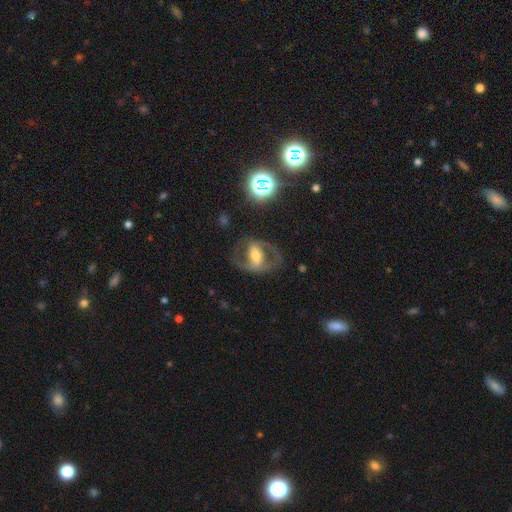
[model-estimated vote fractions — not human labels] Q: Smooth or featured?
A: featured or disk (74%); runner-up: smooth (18%)
Q: Edge-on disk?
A: no (94%); runner-up: yes (6%)
Q: Bar?
A: strong (45%); runner-up: weak (32%)
Q: Spiral arms?
A: yes (75%); runner-up: no (25%)
Q: Spiral winding?
A: medium (54%); runner-up: loose (25%)
Q: Spiral arm count?
A: 2 (86%); runner-up: can't tell (8%)
Q: Bulge size?
A: moderate (60%); runner-up: small (20%)
Q: Merging?
A: none (70%); runner-up: major disturbance (15%)